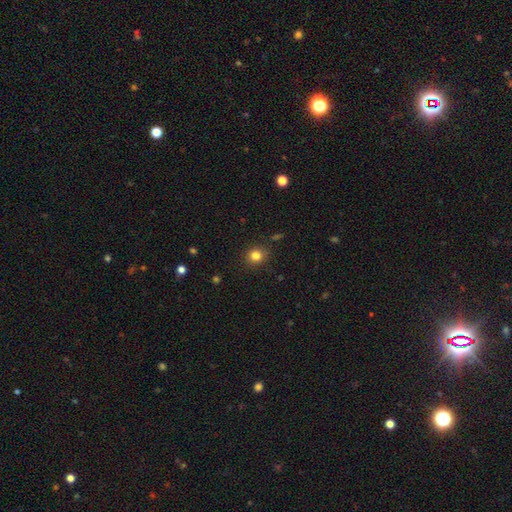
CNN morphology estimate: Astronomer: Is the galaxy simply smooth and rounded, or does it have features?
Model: smooth — 81%.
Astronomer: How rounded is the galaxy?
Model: round — 82%.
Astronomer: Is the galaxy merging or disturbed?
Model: none — 88%.